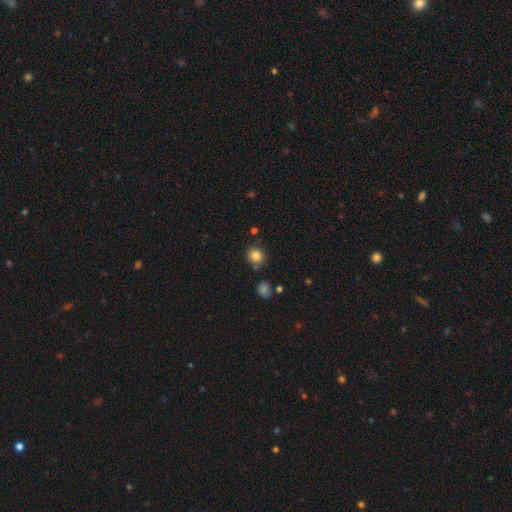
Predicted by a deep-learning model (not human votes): A smooth galaxy with no disk features (83%) that is round (79%).

Vote fractions:
- Smooth or featured? smooth: 83% / star or artifact: 11% / featured or disk: 6%
- How rounded? round: 79% / in between: 20% / cigar-shaped: 1%
- Merging? none: 80% / minor disturbance: 12% / merger: 6% / major disturbance: 3%